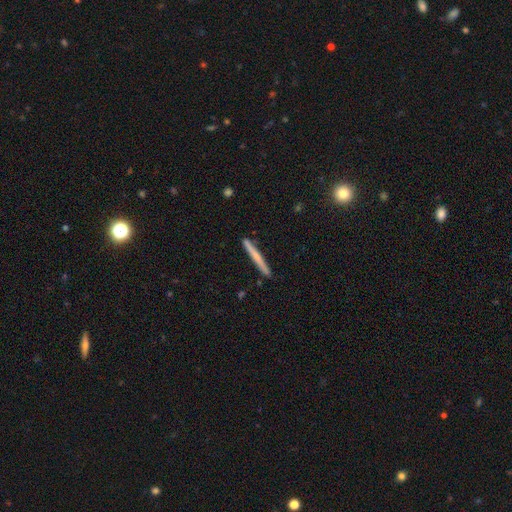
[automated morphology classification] A smooth galaxy with no disk features (52%) that is cigar-shaped (97%).

Vote fractions:
- Smooth or featured? smooth: 52% / featured or disk: 42% / star or artifact: 6%
- How rounded? cigar-shaped: 97% / in between: 2% / round: 1%
- Merging? none: 89% / minor disturbance: 8% / merger: 2% / major disturbance: 1%